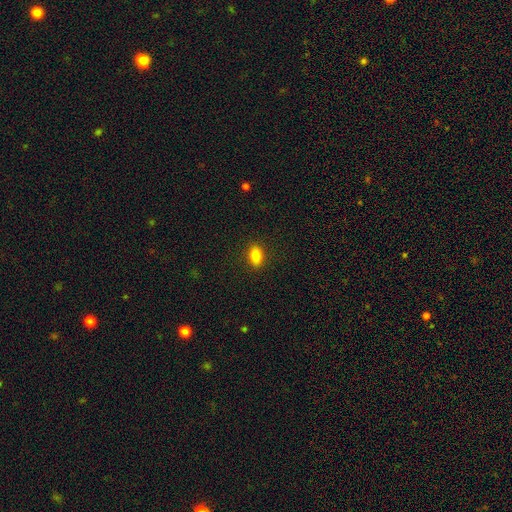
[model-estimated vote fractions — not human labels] This is clearly a smooth galaxy (84%). How rounded: clearly in between (86%). Merging: clearly none (89%).